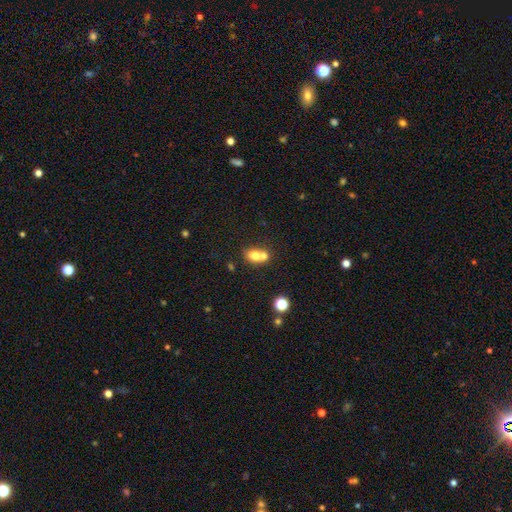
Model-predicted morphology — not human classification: type=smooth (72%); roundness=in between (54%); merging=merger (56%).